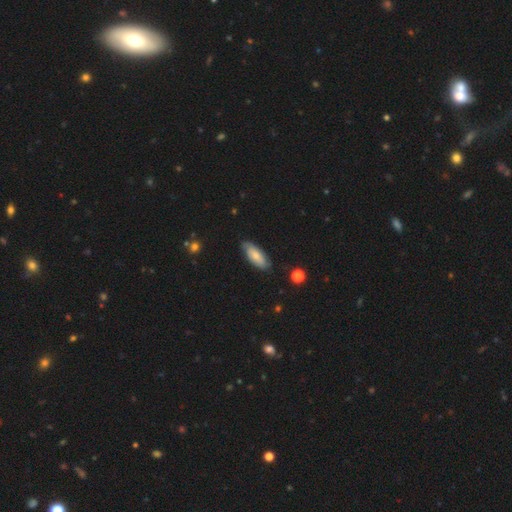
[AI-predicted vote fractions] smooth-or-featured: smooth: 61% | featured or disk: 32% | star or artifact: 6%
  how-rounded: in between: 78% | cigar-shaped: 20% | round: 2%
  merging: none: 77% | minor disturbance: 18% | major disturbance: 3% | merger: 2%